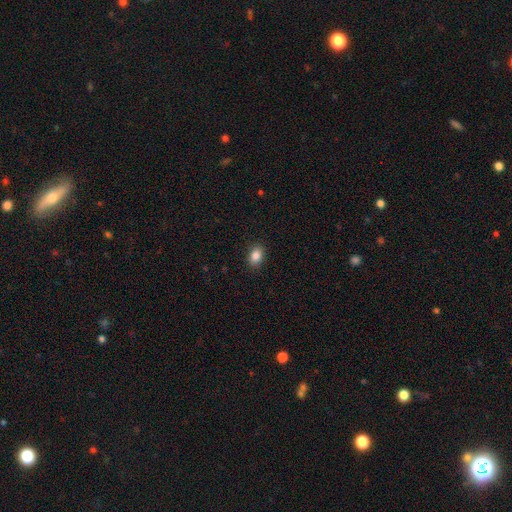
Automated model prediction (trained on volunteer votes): smooth-or-featured: smooth: 86% | star or artifact: 9% | featured or disk: 5%
  how-rounded: in between: 76% | round: 23% | cigar-shaped: 1%
  merging: none: 89% | minor disturbance: 8% | major disturbance: 2% | merger: 1%